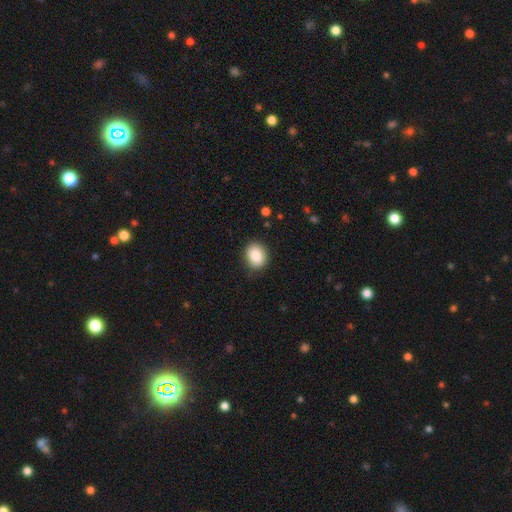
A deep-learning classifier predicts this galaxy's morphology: Smooth or featured? smooth (88%)
How rounded? in between (50%)
Merging? none (85%)